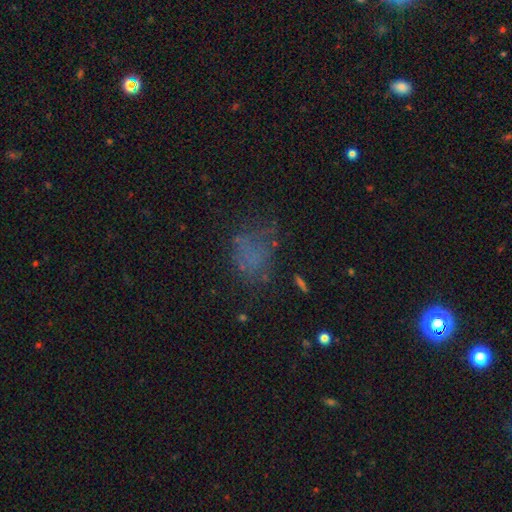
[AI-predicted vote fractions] Overall: smooth (50%; star or artifact 25%). How rounded: in between (61%; round 37%). Merging: none (51%; major disturbance 24%).